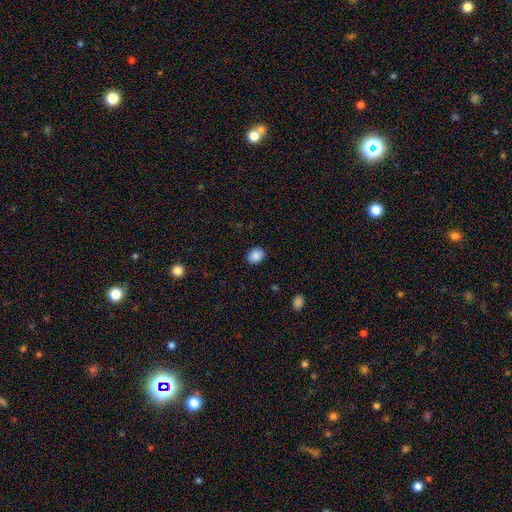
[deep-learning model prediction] A smooth galaxy with no disk features (88%) that is round (51%). Merging: none (88%).